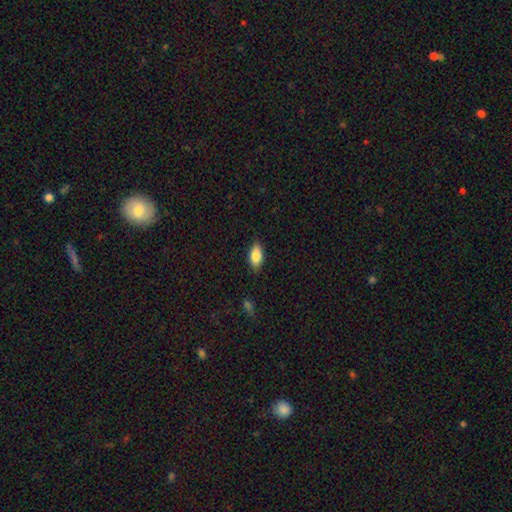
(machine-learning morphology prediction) smooth 83%, featured or disk 10%, star or artifact 7%. Down the decision tree: how rounded — in between (90%); merging — none (85%).